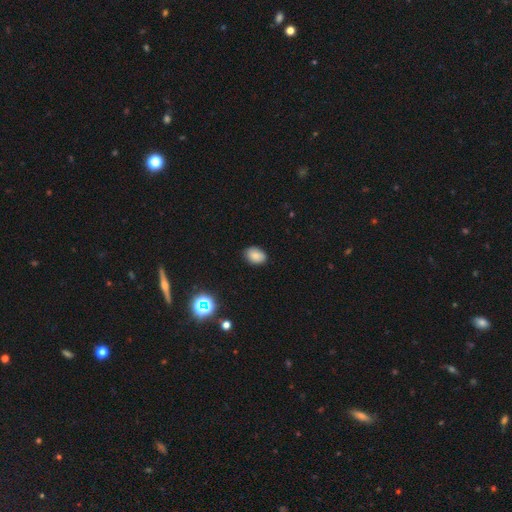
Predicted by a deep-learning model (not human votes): smooth_or_featured: smooth (p=0.84) [alt: star or artifact p=0.10]
how_rounded: in between (p=0.78) [alt: round p=0.21]
merging: none (p=0.85) [alt: minor disturbance p=0.12]